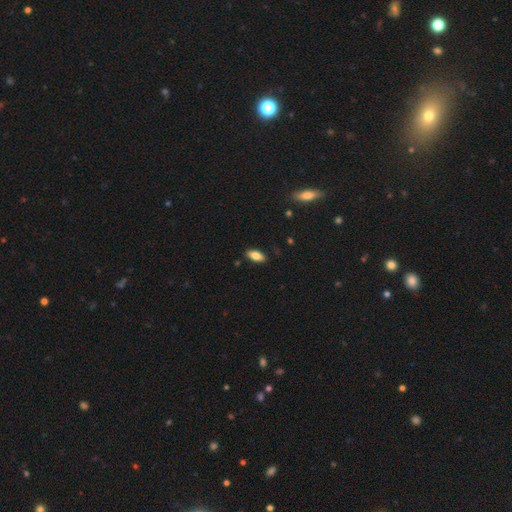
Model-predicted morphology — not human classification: A smooth galaxy with no disk features (79%) that is in between round and cigar-shaped (84%).

Vote fractions:
- Smooth or featured? smooth: 79% / featured or disk: 13% / star or artifact: 7%
- How rounded? in between: 84% / cigar-shaped: 13% / round: 2%
- Merging? none: 87% / minor disturbance: 10% / major disturbance: 2% / merger: 1%